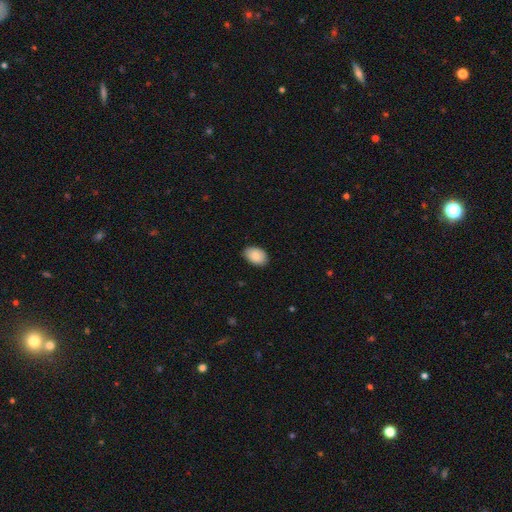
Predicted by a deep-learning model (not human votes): The model was most divided on "merging": none: 85%, minor disturbance: 12%, major disturbance: 2%, merger: 1%. More confident: how rounded — in between (89%); smooth or featured — smooth (88%).